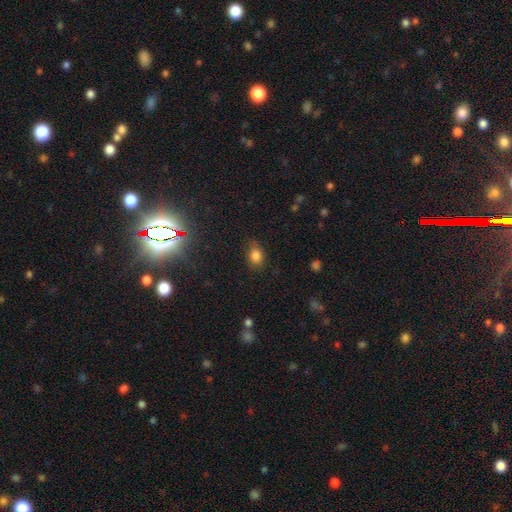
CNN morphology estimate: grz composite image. It shows a smooth galaxy with no disk features (82%) that is in between round and cigar-shaped (65%). Merging: none (73%).